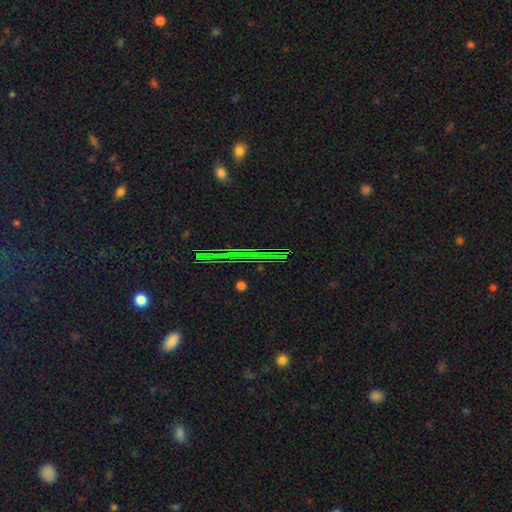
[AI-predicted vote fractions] This appears to be a star or artifact, not a galaxy (66%).